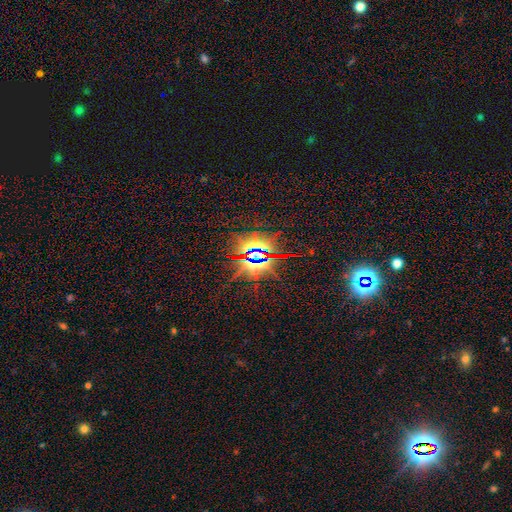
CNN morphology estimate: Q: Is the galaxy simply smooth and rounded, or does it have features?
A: star or artifact — 81%.